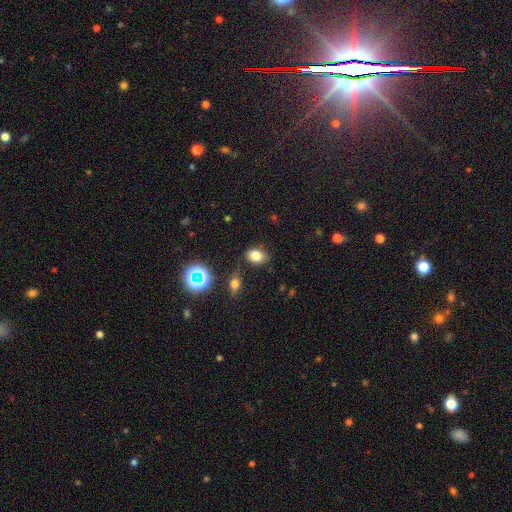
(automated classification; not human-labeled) smooth-or-featured: smooth: 77% | star or artifact: 15% | featured or disk: 8%
  how-rounded: in between: 67% | round: 32% | cigar-shaped: 1%
  merging: none: 77% | minor disturbance: 14% | merger: 5% | major disturbance: 4%